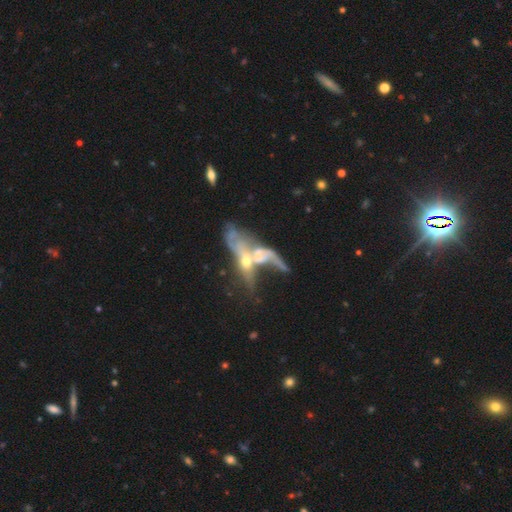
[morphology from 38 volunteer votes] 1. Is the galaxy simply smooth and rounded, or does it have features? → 79% featured or disk, 13% smooth, 8% star or artifact.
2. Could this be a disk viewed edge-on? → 73% no, 27% yes.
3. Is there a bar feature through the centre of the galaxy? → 73% no, 18% weak, 9% strong.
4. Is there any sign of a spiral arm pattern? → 50% yes (tied), 50% no (tied).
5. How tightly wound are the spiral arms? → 82% loose, 18% medium, 0% tight.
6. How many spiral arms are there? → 64% 2, 27% can't tell, 9% 1, 0% 3, 0% 4, 0% more than 4.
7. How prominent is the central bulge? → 55% small, 32% moderate, 9% dominant, 5% none, 0% large.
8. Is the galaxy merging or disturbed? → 74% merger, 17% major disturbance, 6% none, 3% minor disturbance.